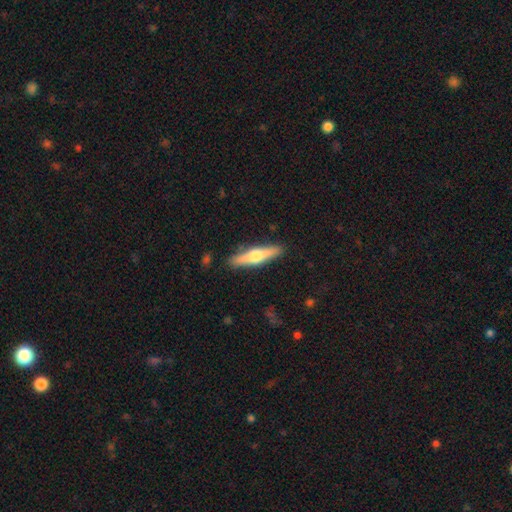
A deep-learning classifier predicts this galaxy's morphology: smooth_or_featured: featured or disk (p=0.54) [alt: smooth p=0.41]
disk_edge_on: yes (p=0.94) [alt: no p=0.06]
edge_on_bulge: rounded (p=0.93) [alt: none p=0.04]
merging: none (p=0.88) [alt: minor disturbance p=0.08]